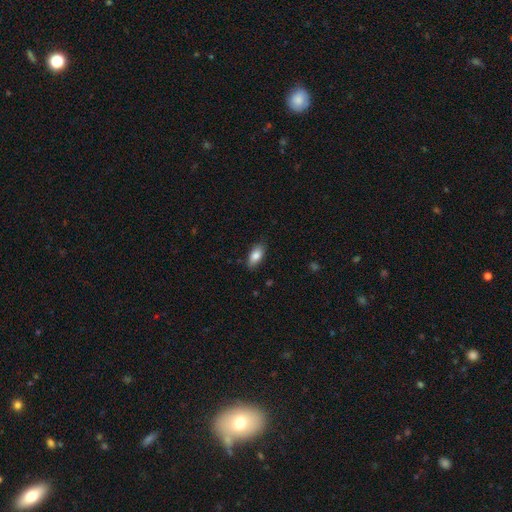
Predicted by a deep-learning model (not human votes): smooth 84%, featured or disk 9%, star or artifact 7%. Down the decision tree: how rounded — in between (88%); merging — none (83%).